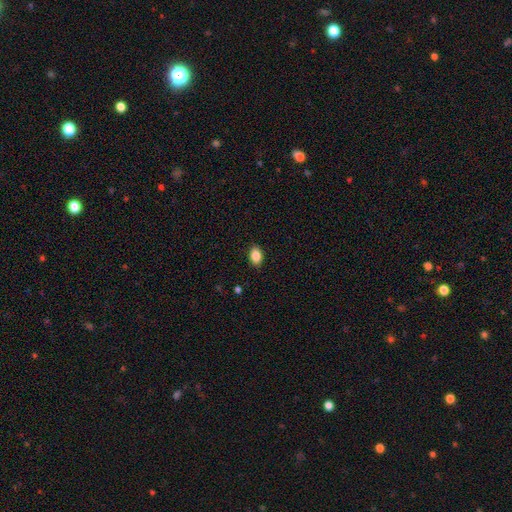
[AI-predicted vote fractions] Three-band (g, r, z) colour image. It shows a smooth galaxy with no disk features (87%) that is in between round and cigar-shaped (85%). Merging: none (88%).